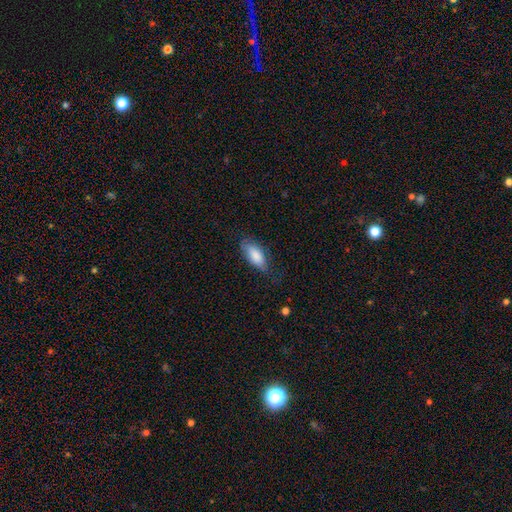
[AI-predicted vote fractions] smooth-or-featured: smooth: 82% | featured or disk: 12% | star or artifact: 6%
  how-rounded: in between: 87% | cigar-shaped: 11% | round: 2%
  merging: none: 61% | minor disturbance: 28% | major disturbance: 9% | merger: 1%